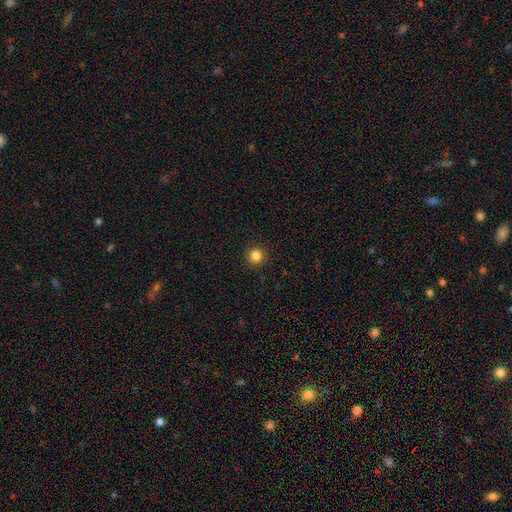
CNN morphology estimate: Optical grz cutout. It shows a smooth galaxy with no disk features (85%) that is round (93%). Merging: none (92%).